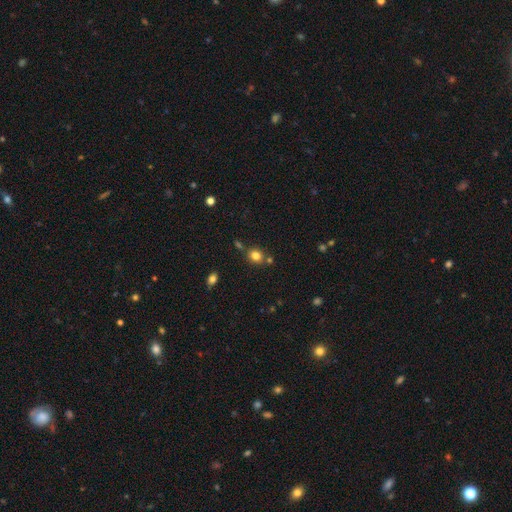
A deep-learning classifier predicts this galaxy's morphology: Smooth or featured? smooth (80%)
How rounded? round (76%)
Merging? none (75%)